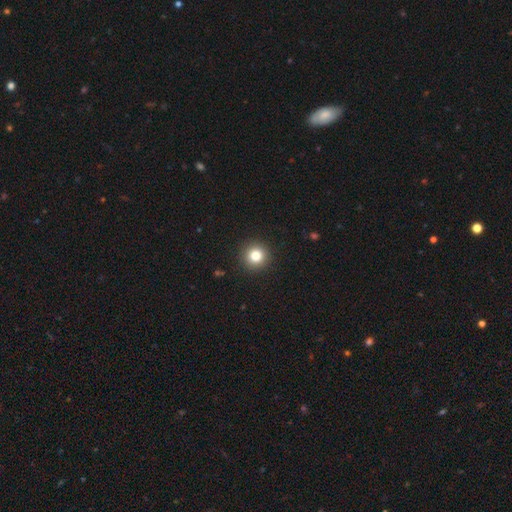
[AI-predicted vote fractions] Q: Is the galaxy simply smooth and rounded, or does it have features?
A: smooth — 82%.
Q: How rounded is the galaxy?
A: round — 95%.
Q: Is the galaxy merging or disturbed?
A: none — 92%.